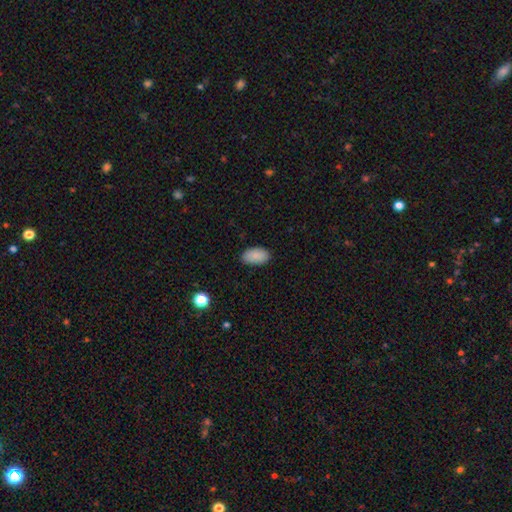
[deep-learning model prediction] A smooth galaxy with no disk features (88%) that is in between round and cigar-shaped (95%).

Vote fractions:
- Smooth or featured? smooth: 88% / star or artifact: 7% / featured or disk: 5%
- How rounded? in between: 95% / round: 4% / cigar-shaped: 2%
- Merging? none: 86% / minor disturbance: 10% / major disturbance: 2% / merger: 1%